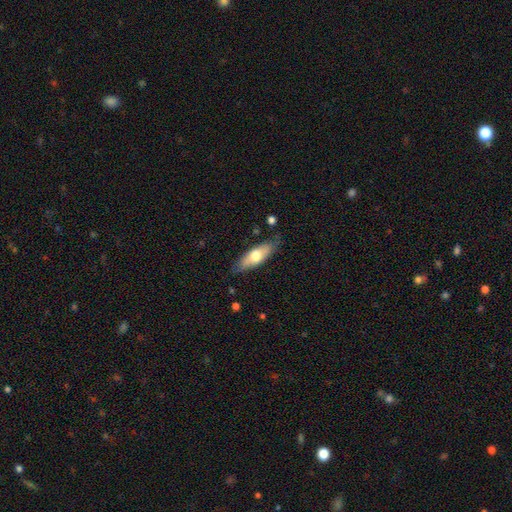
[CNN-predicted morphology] The model was most divided on "how rounded": in between: 59%, cigar-shaped: 39%, round: 2%. More confident: merging — none (77%); smooth or featured — smooth (59%).